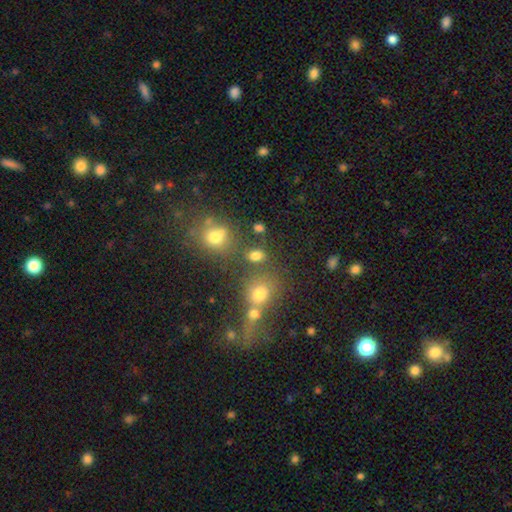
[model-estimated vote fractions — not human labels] Q: Smooth or featured?
A: smooth (74%); runner-up: star or artifact (18%)
Q: How rounded?
A: in between (60%); runner-up: round (38%)
Q: Merging?
A: none (62%); runner-up: merger (20%)